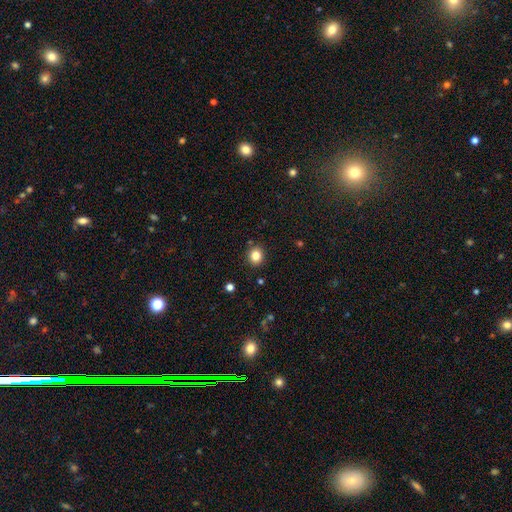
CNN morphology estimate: Q: Smooth or featured?
A: smooth (83%); runner-up: star or artifact (12%)
Q: How rounded?
A: round (81%); runner-up: in between (19%)
Q: Merging?
A: none (90%); runner-up: minor disturbance (6%)